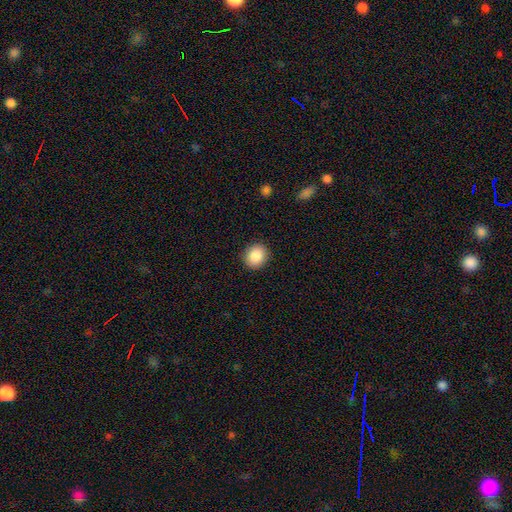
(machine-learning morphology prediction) smooth_or_featured: smooth (p=0.87) [alt: star or artifact p=0.08]
how_rounded: round (p=0.72) [alt: in between p=0.27]
merging: none (p=0.91) [alt: minor disturbance p=0.06]